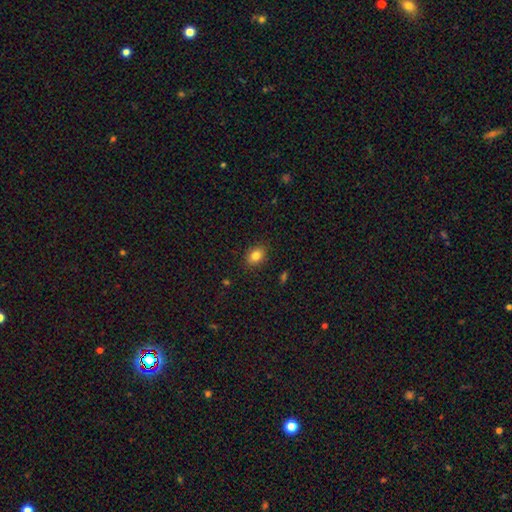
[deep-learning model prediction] smooth 84%, star or artifact 10%, featured or disk 6%. Down the decision tree: how rounded — in between (66%); merging — none (88%).